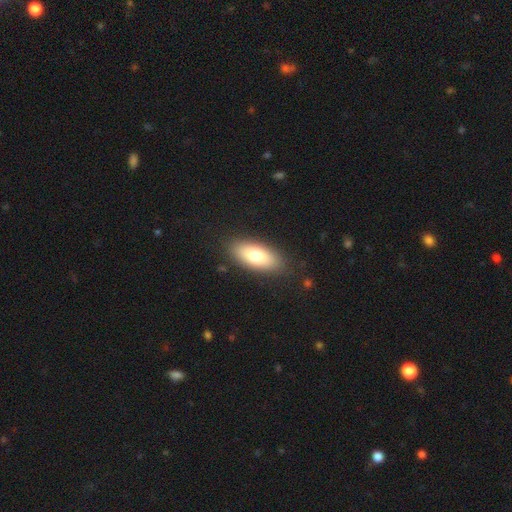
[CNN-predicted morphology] Smooth or featured? smooth (75%)
How rounded? in between (85%)
Merging? none (86%)